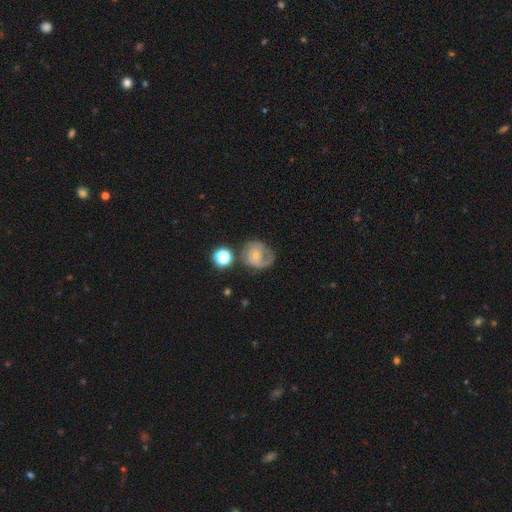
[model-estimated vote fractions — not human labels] The model was most divided on "merging": none: 47%, minor disturbance: 24%, major disturbance: 21%, merger: 8%. More confident: edge-on disk — no (97%); spiral arms — yes (78%); bar — no (71%); bulge size — small (67%); smooth or featured — featured or disk (58%).